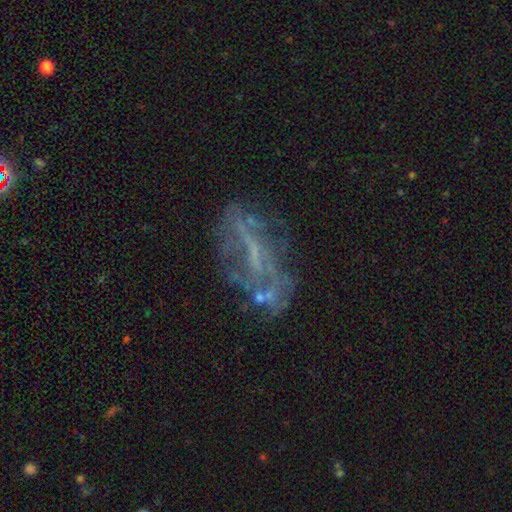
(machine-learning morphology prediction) smooth-or-featured: featured or disk: 62% | star or artifact: 19% | smooth: 19%
  disk-edge-on: no: 89% | yes: 11%
    bar: no: 47% | weak: 30% | strong: 22%
    has-spiral-arms: no: 59% | yes: 41%
    bulge-size: none: 56% | small: 29% | moderate: 11% | large: 2% | dominant: 1%
  merging: none: 58% | minor disturbance: 18% | major disturbance: 18% | merger: 6%